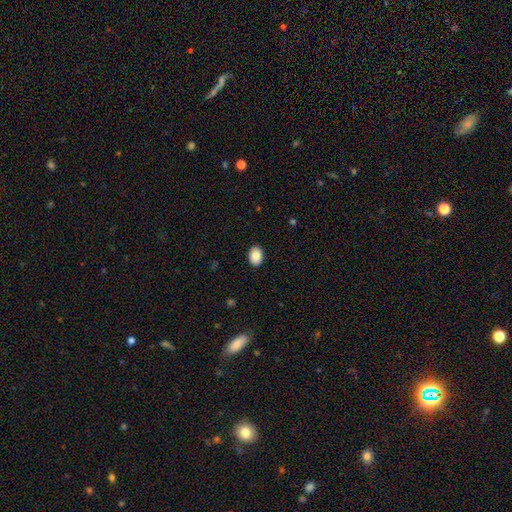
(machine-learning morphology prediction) smooth 85%, star or artifact 7%, featured or disk 7%. Down the decision tree: how rounded — in between (81%); merging — none (90%).